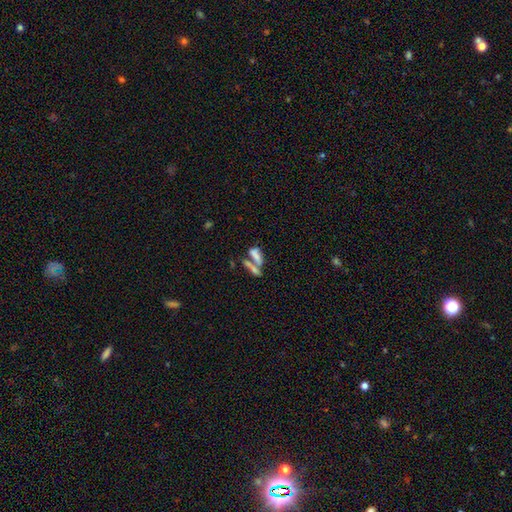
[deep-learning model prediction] This appears to be a smooth galaxy with no disk features (65%) that is in between round and cigar-shaped (55%). Merging: merger (60%).